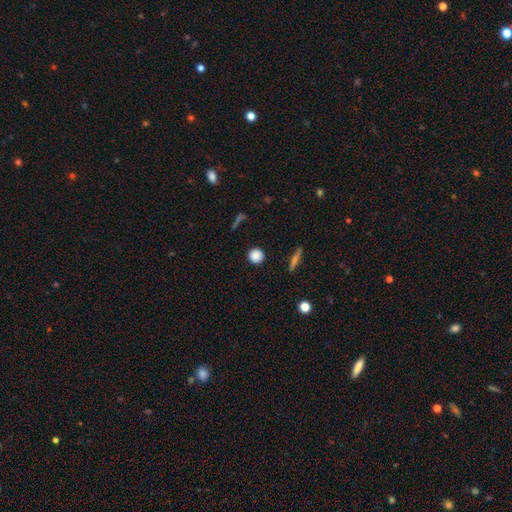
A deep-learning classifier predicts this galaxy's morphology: Overall: smooth (86%). How rounded: round (93%). Merging: none (91%).